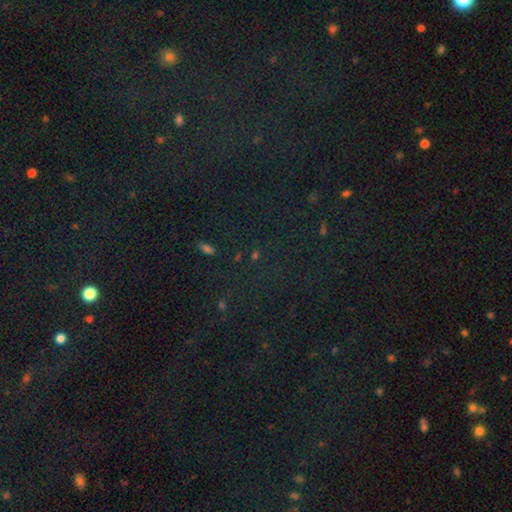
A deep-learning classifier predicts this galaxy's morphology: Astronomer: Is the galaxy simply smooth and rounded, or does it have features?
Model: star or artifact — 64%.